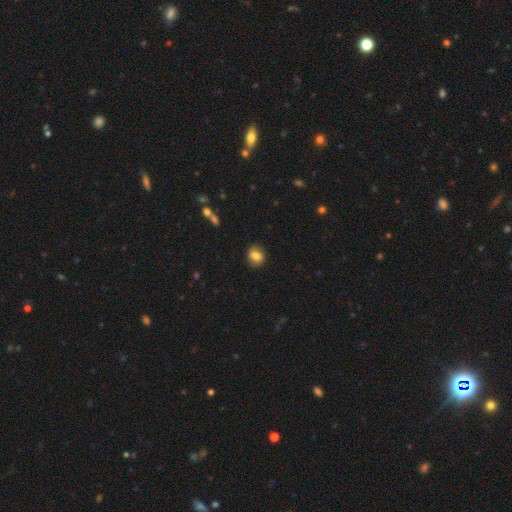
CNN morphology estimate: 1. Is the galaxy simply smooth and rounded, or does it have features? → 81% smooth, 10% featured or disk, 9% star or artifact.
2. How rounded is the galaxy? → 69% round, 30% in between, 1% cigar-shaped.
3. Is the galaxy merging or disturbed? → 85% none, 11% minor disturbance, 3% major disturbance, 1% merger.